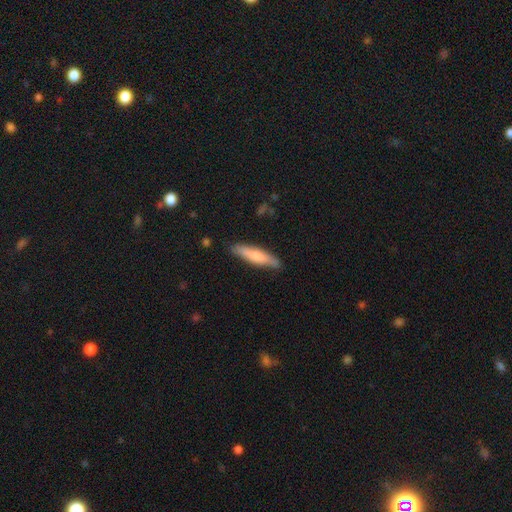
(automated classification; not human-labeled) A smooth galaxy with no disk features (69%) that is cigar-shaped (78%). Merging: none (85%).